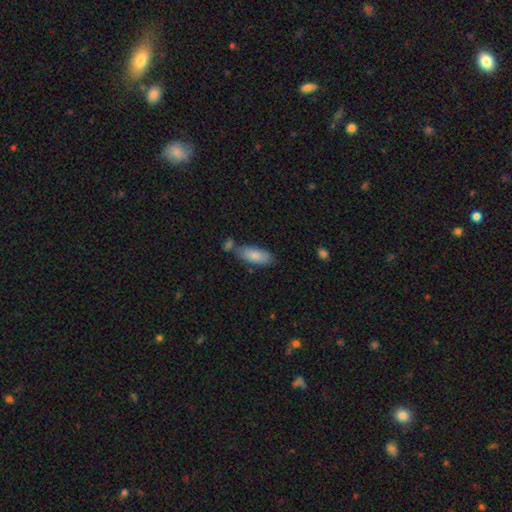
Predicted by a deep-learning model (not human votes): Smooth or featured? smooth (82%)
How rounded? in between (81%)
Merging? none (67%)